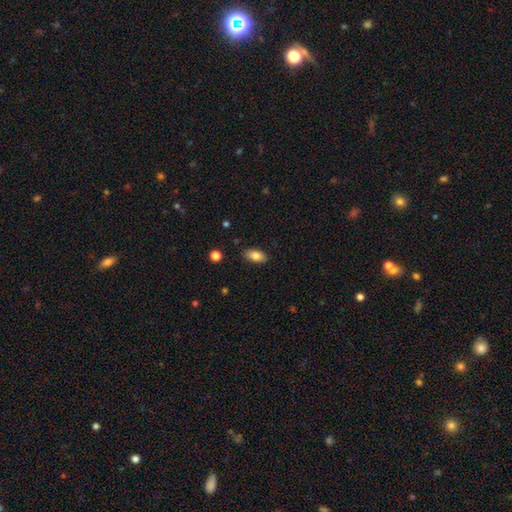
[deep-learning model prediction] This is clearly a smooth galaxy (82%). How rounded: clearly in between (91%). Merging: clearly none (87%).